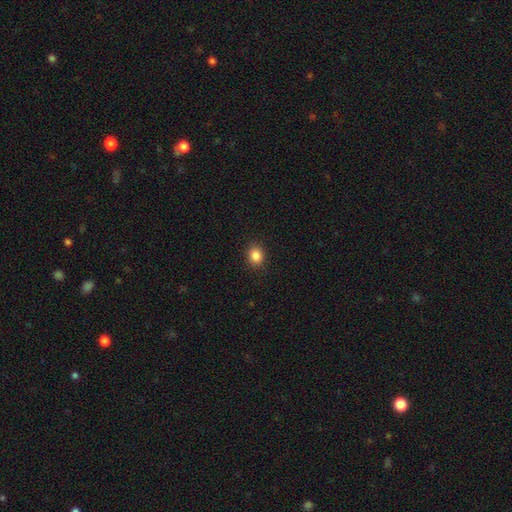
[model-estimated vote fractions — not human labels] This is clearly a smooth galaxy (86%). How rounded: likely round (67%). Merging: clearly none (90%).